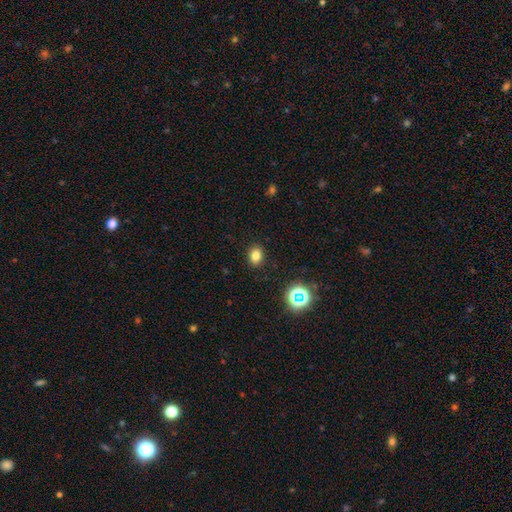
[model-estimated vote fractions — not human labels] Smooth or featured? Predicted: smooth (p=0.78). How rounded? Predicted: in between (p=0.53). Merging? Predicted: none (p=0.89).